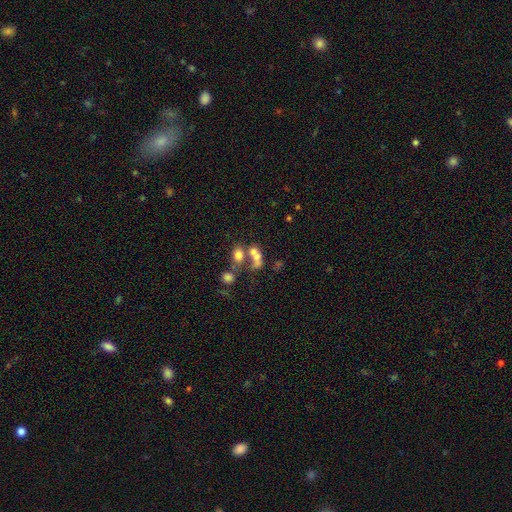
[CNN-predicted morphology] Smooth or featured? Predicted: smooth (p=0.61). How rounded? Predicted: in between (p=0.69). Merging? Predicted: merger (p=0.56).